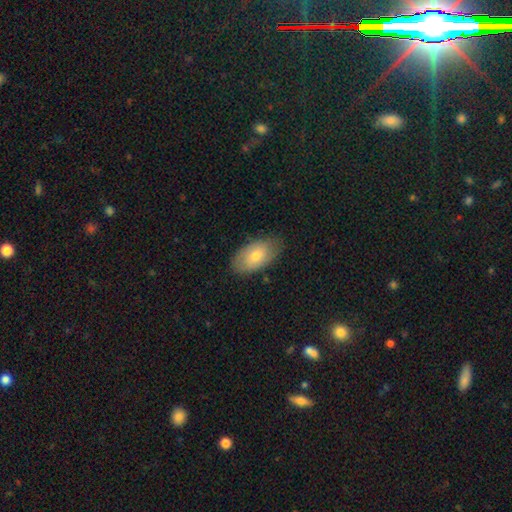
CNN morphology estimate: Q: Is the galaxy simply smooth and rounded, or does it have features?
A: smooth — 71%.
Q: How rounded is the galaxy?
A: in between — 94%.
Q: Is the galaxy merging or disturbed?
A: none — 79%.